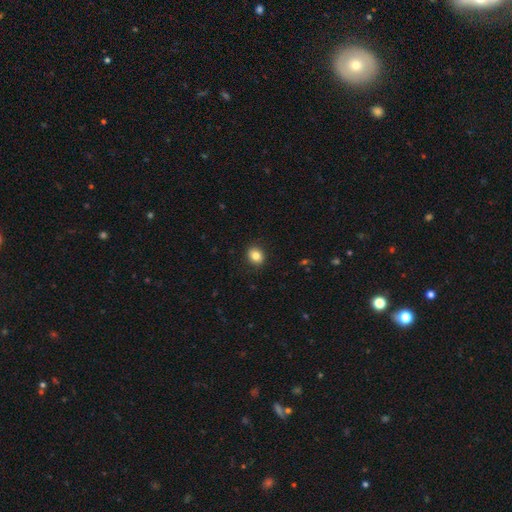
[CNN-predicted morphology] This appears to be a smooth galaxy with no disk features (84%) that is round (61%). Merging: none (90%).